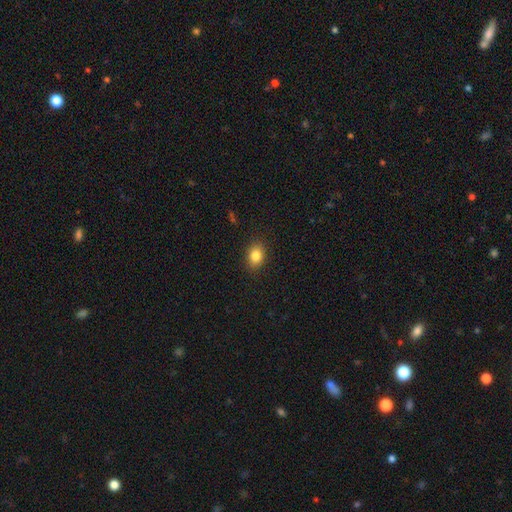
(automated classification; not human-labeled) smooth-or-featured: smooth: 84% | star or artifact: 10% | featured or disk: 6%
  how-rounded: in between: 67% | round: 31% | cigar-shaped: 1%
  merging: none: 87% | minor disturbance: 9% | major disturbance: 2% | merger: 1%